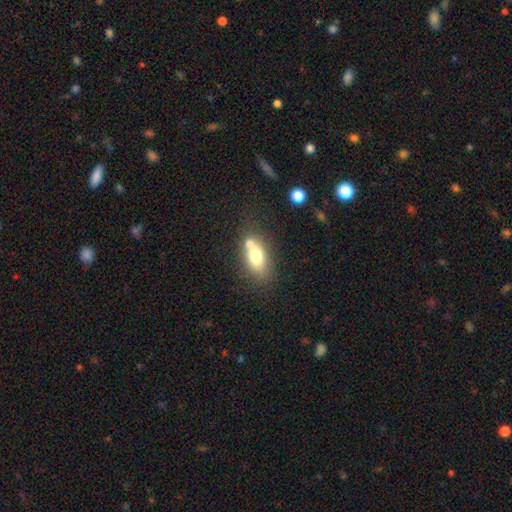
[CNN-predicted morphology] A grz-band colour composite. It shows a smooth galaxy with no disk features (69%) that is in between round and cigar-shaped (80%). Merging: none (45%).